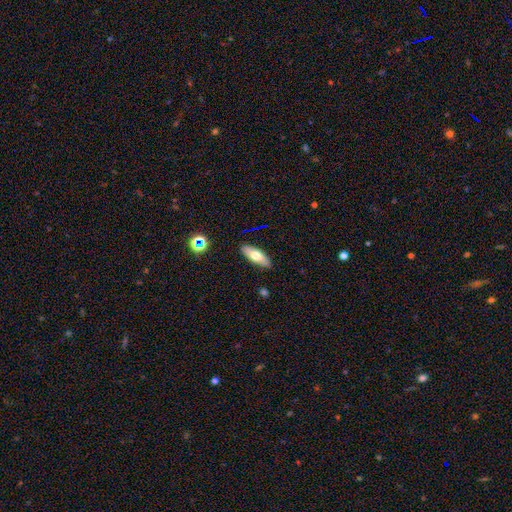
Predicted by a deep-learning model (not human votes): Overall: smooth (65%; featured or disk 27%). How rounded: in between (69%; cigar-shaped 29%). Merging: none (87%).